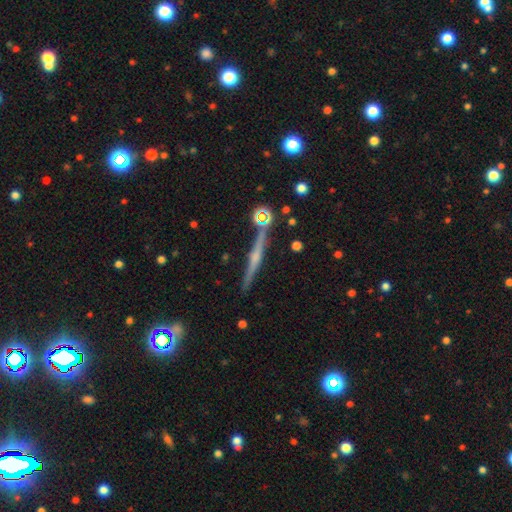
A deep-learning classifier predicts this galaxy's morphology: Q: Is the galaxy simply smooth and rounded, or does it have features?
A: featured or disk — 75%.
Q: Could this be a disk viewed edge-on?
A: yes — 98%.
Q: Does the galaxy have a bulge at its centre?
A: rounded — 69%.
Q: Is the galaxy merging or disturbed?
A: none — 88%.